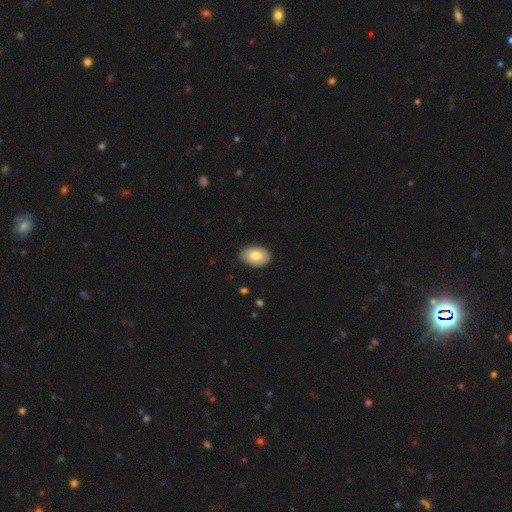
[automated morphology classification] A smooth galaxy with no disk features (81%) that is in between round and cigar-shaped (87%). Merging: none (82%).